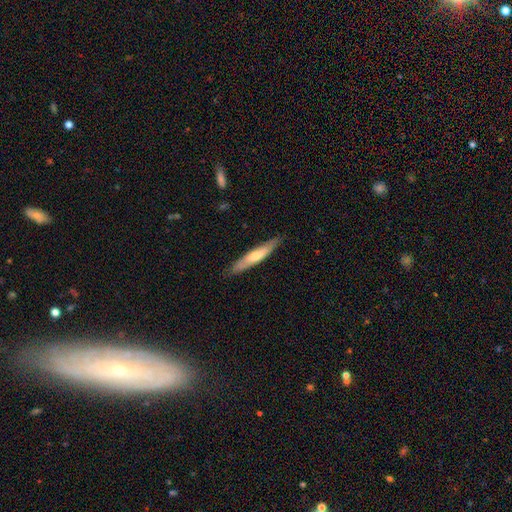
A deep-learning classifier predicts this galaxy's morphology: This is possibly a smooth galaxy (52%). How rounded: clearly cigar-shaped (89%). Merging: clearly none (85%).